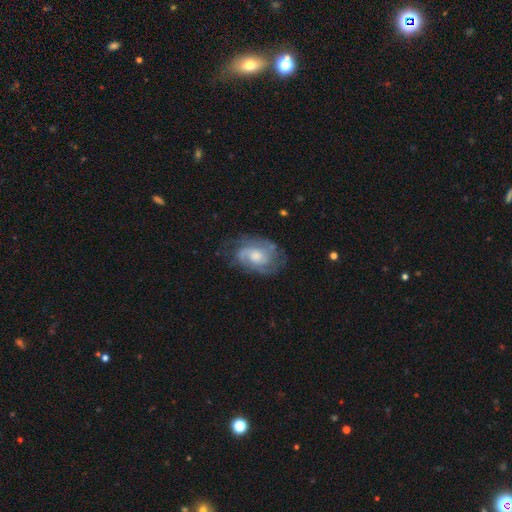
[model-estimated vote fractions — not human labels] Q: Smooth or featured?
A: featured or disk (78%); runner-up: smooth (16%)
Q: Edge-on disk?
A: no (97%); runner-up: yes (3%)
Q: Bar?
A: no (67%); runner-up: weak (29%)
Q: Spiral arms?
A: yes (92%); runner-up: no (8%)
Q: Spiral winding?
A: tight (46%); runner-up: medium (41%)
Q: Spiral arm count?
A: 2 (49%); runner-up: can't tell (26%)
Q: Bulge size?
A: moderate (54%); runner-up: small (28%)
Q: Merging?
A: none (65%); runner-up: minor disturbance (22%)